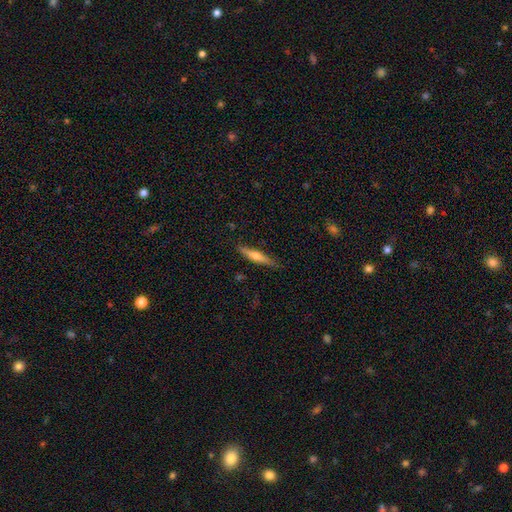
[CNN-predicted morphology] This is possibly a smooth galaxy (48%). Merging: clearly none (83%).